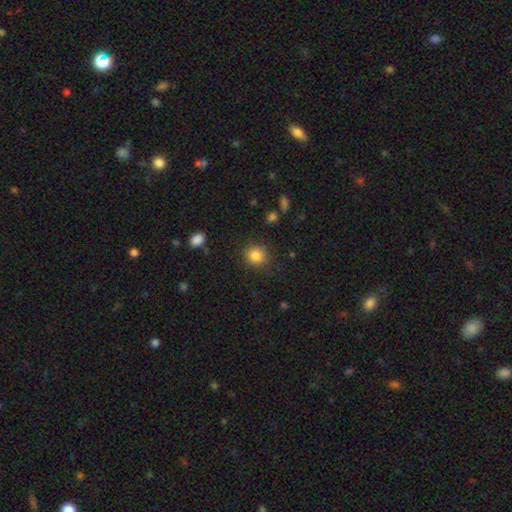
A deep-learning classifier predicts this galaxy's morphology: Smooth or featured?
  - smooth: 84% *
  - star or artifact: 11%
  - featured or disk: 5%
How rounded?
  - round: 87% *
  - in between: 12%
  - cigar-shaped: 1%
Merging?
  - none: 87% *
  - minor disturbance: 9%
  - major disturbance: 3%
  - merger: 2%